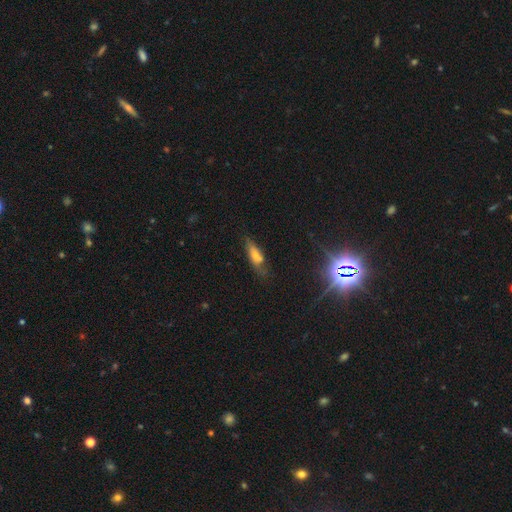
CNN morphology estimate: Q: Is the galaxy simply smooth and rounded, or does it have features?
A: smooth — 61%.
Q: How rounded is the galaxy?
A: in between — 56%.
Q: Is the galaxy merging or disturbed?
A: none — 55%.